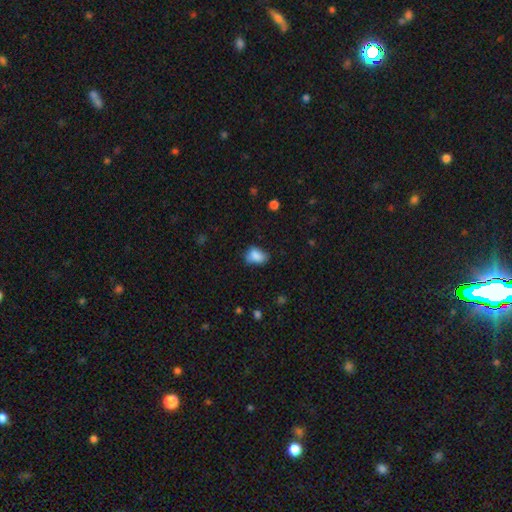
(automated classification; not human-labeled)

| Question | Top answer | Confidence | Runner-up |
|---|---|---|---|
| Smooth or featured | smooth | 82% | star or artifact (9%) |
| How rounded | in between | 79% | round (19%) |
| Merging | none | 55% | minor disturbance (31%) |